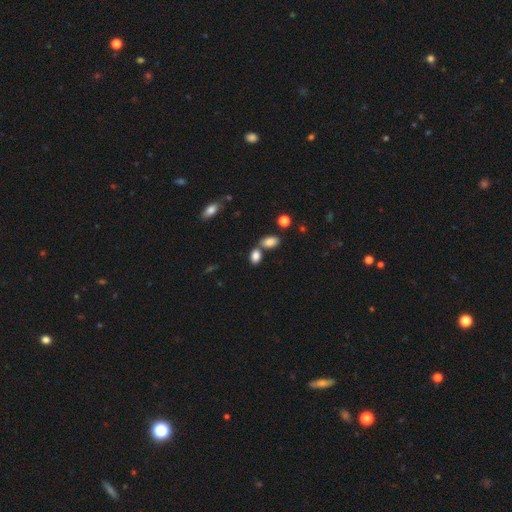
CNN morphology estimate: smooth_or_featured: smooth (p=0.84) [alt: star or artifact p=0.09]
how_rounded: in between (p=0.86) [alt: round p=0.12]
merging: none (p=0.56) [alt: merger p=0.30]